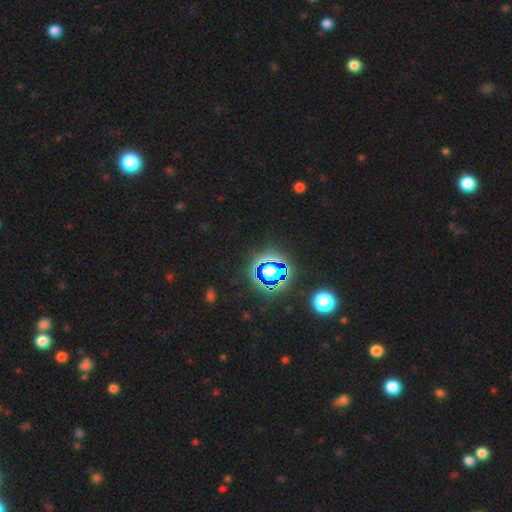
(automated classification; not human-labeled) This is clearly a star or artifact rather than a galaxy (82%).